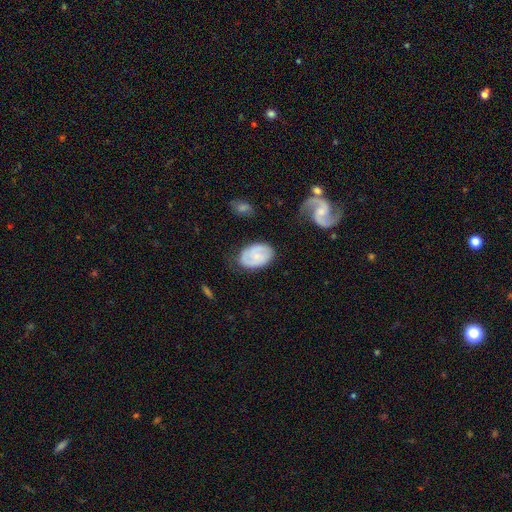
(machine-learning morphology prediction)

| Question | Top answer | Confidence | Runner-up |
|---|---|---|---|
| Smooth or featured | featured or disk | 48% | smooth (45%) |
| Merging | none | 72% | minor disturbance (20%) |